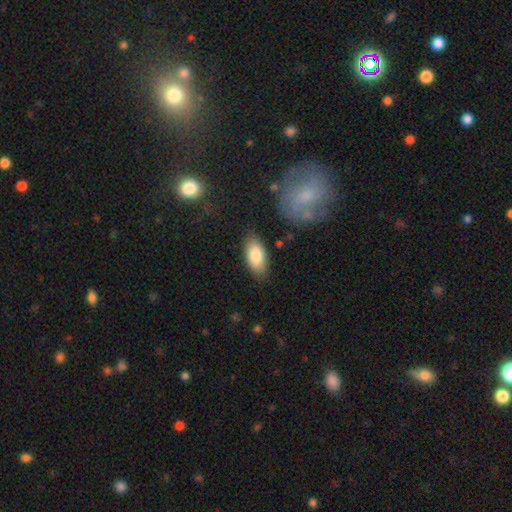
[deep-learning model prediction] A smooth galaxy with no disk features (82%) that is in between round and cigar-shaped (90%).

Vote fractions:
- Smooth or featured? smooth: 82% / featured or disk: 12% / star or artifact: 6%
- How rounded? in between: 90% / cigar-shaped: 7% / round: 3%
- Merging? none: 83% / minor disturbance: 12% / major disturbance: 3% / merger: 2%